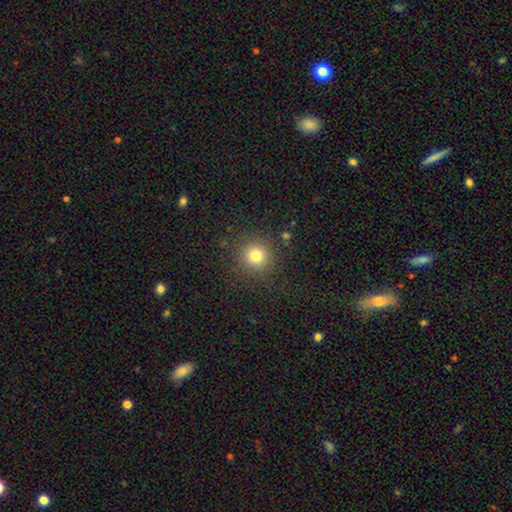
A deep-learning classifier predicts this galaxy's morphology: Smooth or featured? Predicted: smooth (p=0.78). How rounded? Predicted: round (p=0.94). Merging? Predicted: none (p=0.88).